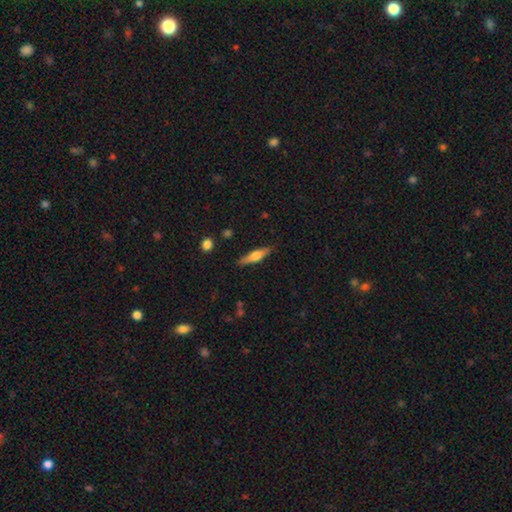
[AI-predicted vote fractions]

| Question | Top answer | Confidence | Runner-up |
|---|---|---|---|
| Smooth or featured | smooth | 50% | featured or disk (43%) |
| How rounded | cigar-shaped | 74% | in between (24%) |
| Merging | none | 85% | minor disturbance (11%) |